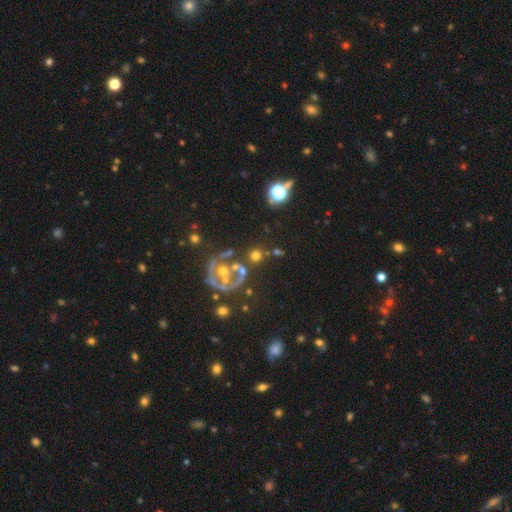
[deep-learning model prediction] The model was most divided on "smooth or featured": smooth: 49%, featured or disk: 35%, star or artifact: 17%. More confident: merging — none (58%).